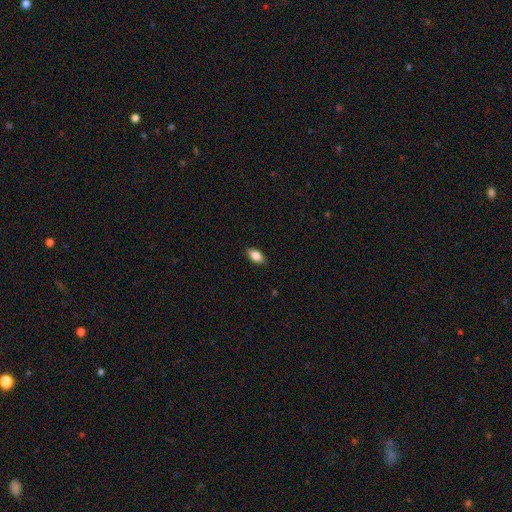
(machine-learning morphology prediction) smooth_or_featured: smooth (p=0.83) [alt: featured or disk p=0.09]
how_rounded: in between (p=0.90) [alt: cigar-shaped p=0.05]
merging: none (p=0.87) [alt: minor disturbance p=0.10]